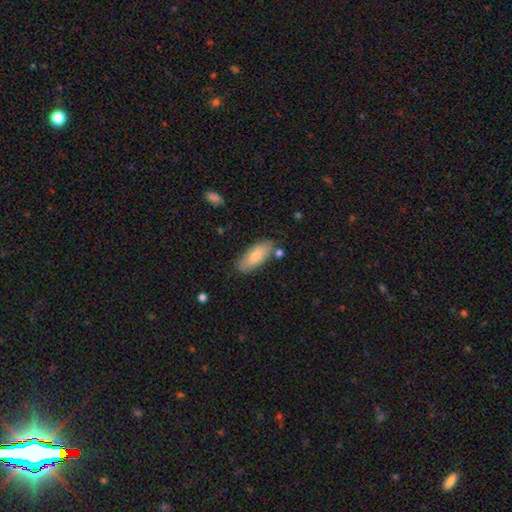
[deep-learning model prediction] Smooth or featured?
  - smooth: 74% *
  - featured or disk: 19%
  - star or artifact: 7%
How rounded?
  - in between: 78% *
  - cigar-shaped: 20%
  - round: 2%
Merging?
  - none: 80% *
  - minor disturbance: 14%
  - merger: 4%
  - major disturbance: 2%